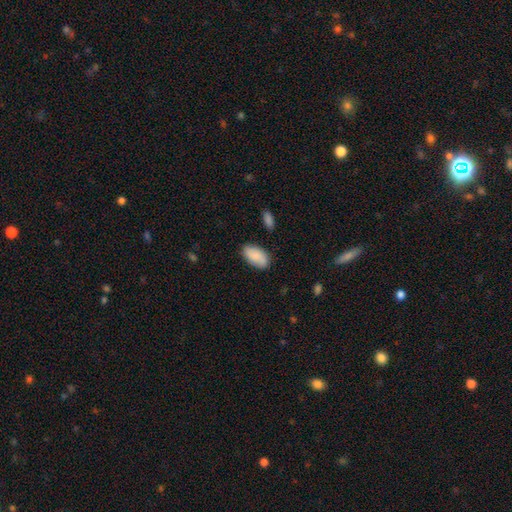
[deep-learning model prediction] Smooth or featured?
  - smooth: 86% *
  - featured or disk: 8%
  - star or artifact: 6%
How rounded?
  - in between: 94% *
  - round: 3%
  - cigar-shaped: 2%
Merging?
  - none: 76% *
  - minor disturbance: 18%
  - major disturbance: 4%
  - merger: 3%